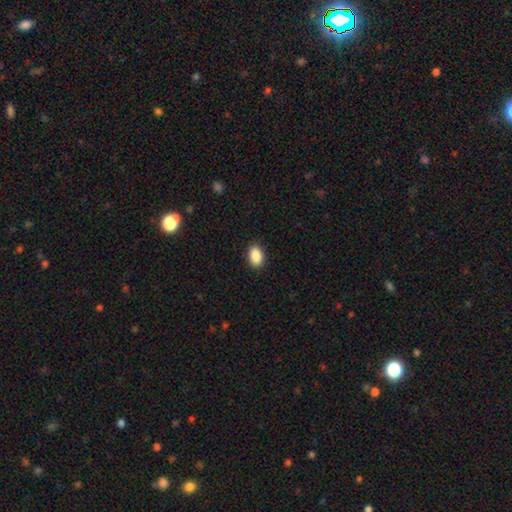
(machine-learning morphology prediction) type=smooth (90%); roundness=in between (87%); merging=none (90%).